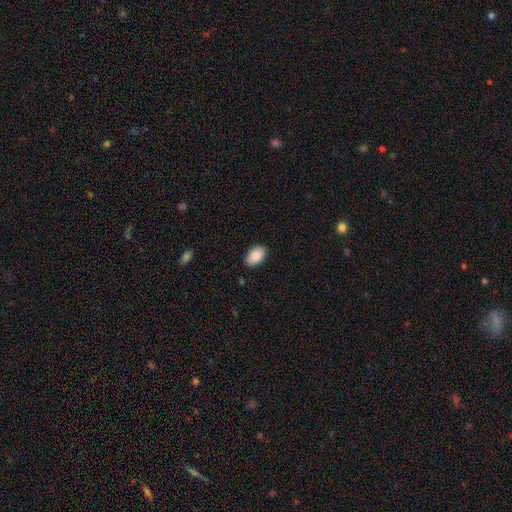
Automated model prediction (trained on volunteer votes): A smooth galaxy with no disk features (89%) that is in between round and cigar-shaped (92%). Merging: none (88%).